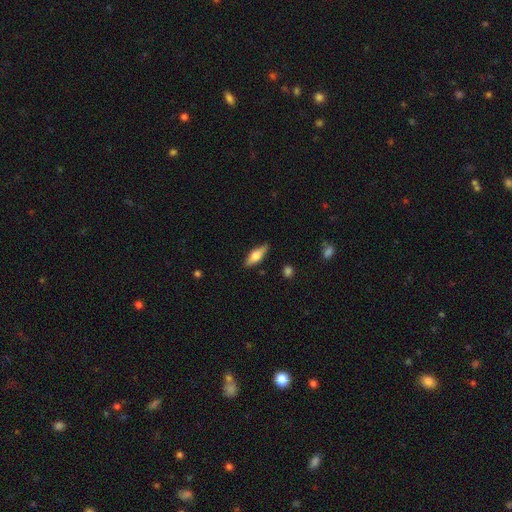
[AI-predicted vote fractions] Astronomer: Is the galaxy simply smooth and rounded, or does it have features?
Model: smooth — 56% (runner-up: featured or disk, 38%).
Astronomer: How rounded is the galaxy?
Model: in between — 59% (runner-up: cigar-shaped, 38%).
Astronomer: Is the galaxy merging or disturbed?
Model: none — 85%.